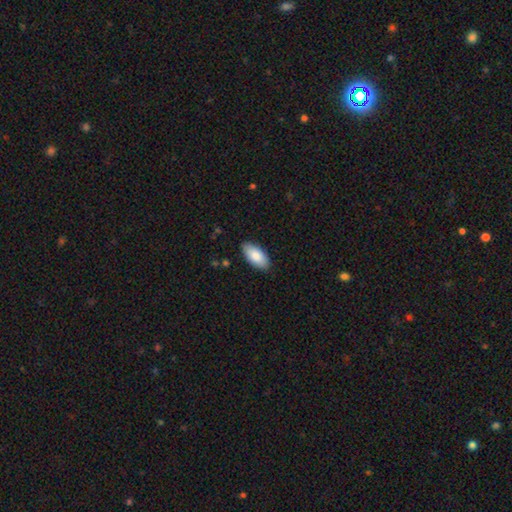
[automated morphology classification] A smooth galaxy with no disk features (85%) that is in between round and cigar-shaped (93%). Merging: none (87%).